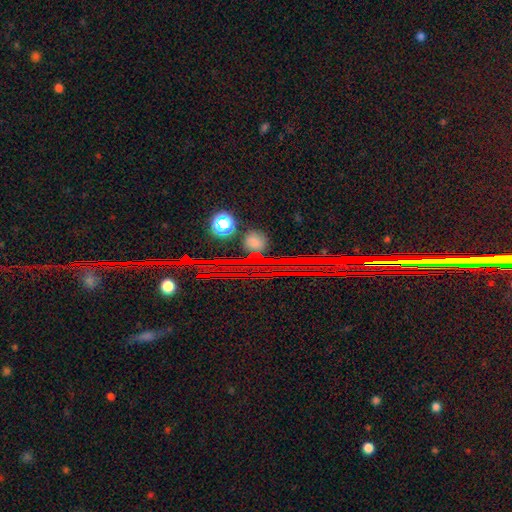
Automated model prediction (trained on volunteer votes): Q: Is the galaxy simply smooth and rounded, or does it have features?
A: star or artifact — 80%.